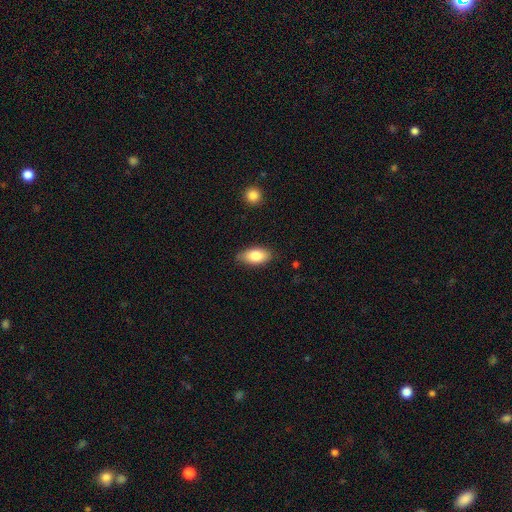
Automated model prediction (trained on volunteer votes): Smooth or featured? Predicted: smooth (p=0.82). How rounded? Predicted: in between (p=0.91). Merging? Predicted: none (p=0.81).